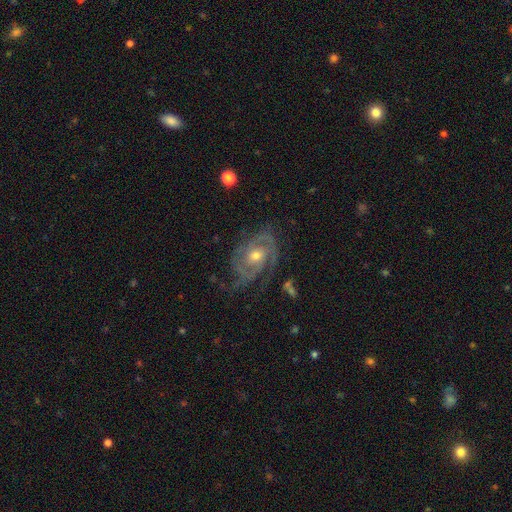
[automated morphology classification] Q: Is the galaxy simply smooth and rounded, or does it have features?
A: featured or disk — 90%.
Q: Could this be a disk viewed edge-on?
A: no — 97%.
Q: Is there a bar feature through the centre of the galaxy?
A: no — 67%.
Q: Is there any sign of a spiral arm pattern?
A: yes — 97%.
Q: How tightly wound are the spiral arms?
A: tight — 57%.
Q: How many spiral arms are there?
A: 2 — 47%.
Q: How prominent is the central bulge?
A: moderate — 56%.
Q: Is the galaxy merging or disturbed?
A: none — 63%.